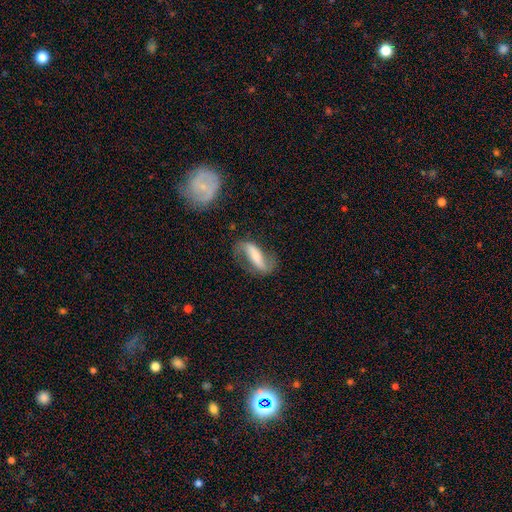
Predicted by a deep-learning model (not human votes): Smooth or featured? featured or disk (73%)
Edge-on disk? no (88%)
Bar? strong (55%)
Spiral arms? yes (89%)
Spiral winding? loose (66%)
Spiral arm count? 2 (88%)
Bulge size? small (49%)
Merging? none (67%)